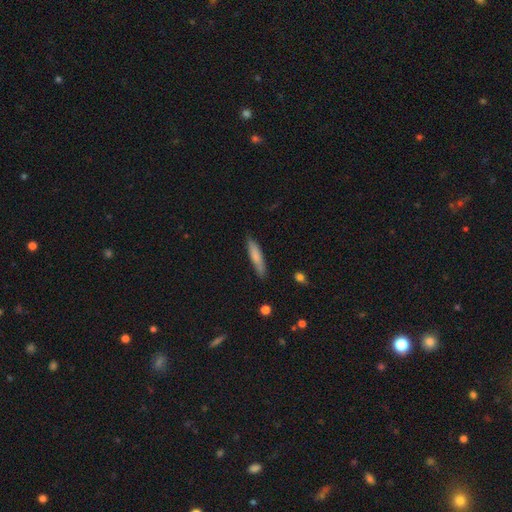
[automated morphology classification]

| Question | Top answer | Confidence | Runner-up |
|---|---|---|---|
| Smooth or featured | smooth | 77% | featured or disk (17%) |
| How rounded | cigar-shaped | 86% | in between (13%) |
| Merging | none | 81% | minor disturbance (15%) |